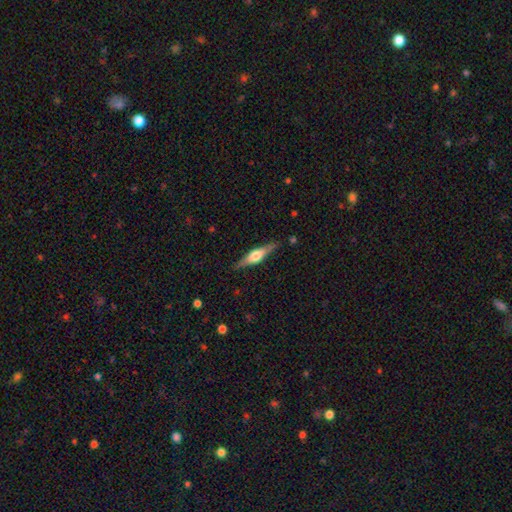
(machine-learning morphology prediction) smooth_or_featured: featured or disk (p=0.67) [alt: smooth p=0.27]
disk_edge_on: yes (p=0.96) [alt: no p=0.04]
edge_on_bulge: rounded (p=0.84) [alt: boxy p=0.14]
merging: none (p=0.86) [alt: minor disturbance p=0.11]